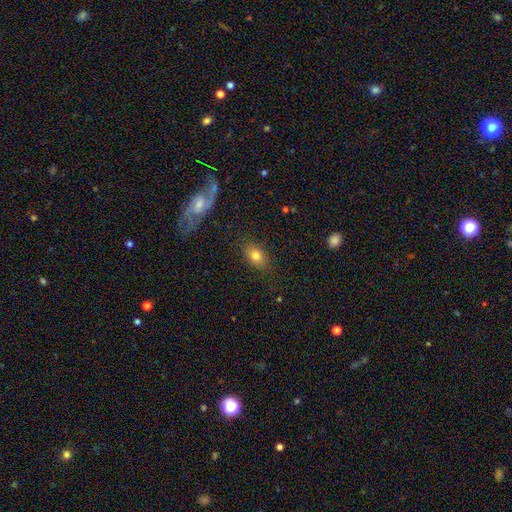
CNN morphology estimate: smooth 77%, featured or disk 12%, star or artifact 11%. Down the decision tree: how rounded — in between (75%); merging — none (84%).